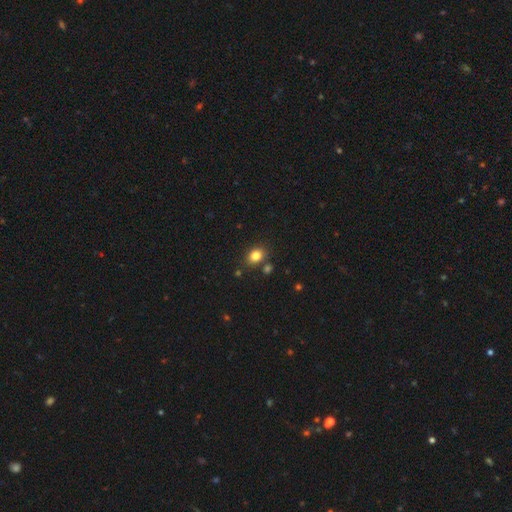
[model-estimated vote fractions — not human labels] smooth-or-featured: smooth: 82% | star or artifact: 11% | featured or disk: 7%
  how-rounded: in between: 56% | round: 43% | cigar-shaped: 1%
  merging: none: 79% | minor disturbance: 11% | merger: 7% | major disturbance: 3%